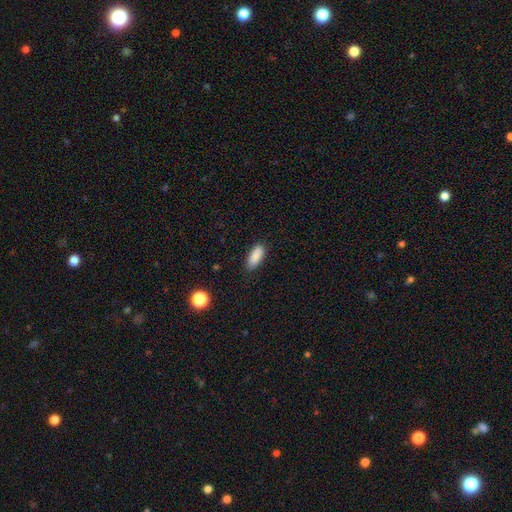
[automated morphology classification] Q: Smooth or featured?
A: smooth (88%); runner-up: star or artifact (7%)
Q: How rounded?
A: in between (80%); runner-up: cigar-shaped (18%)
Q: Merging?
A: none (84%); runner-up: minor disturbance (12%)